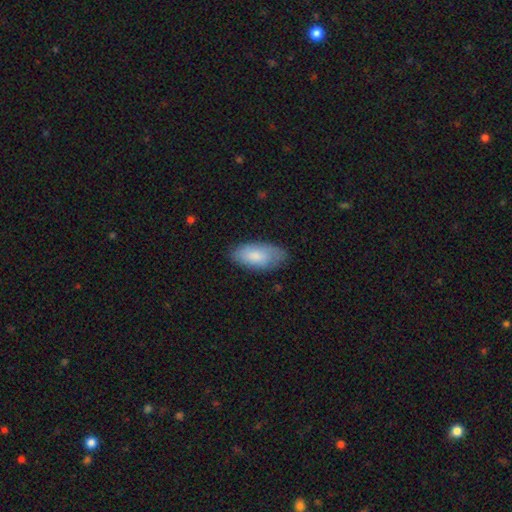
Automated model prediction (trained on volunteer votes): Smooth or featured: smooth — 81% (featured or disk — 13%)
How rounded: in between — 93% (cigar-shaped — 5%)
Merging: none — 75% (minor disturbance — 20%)